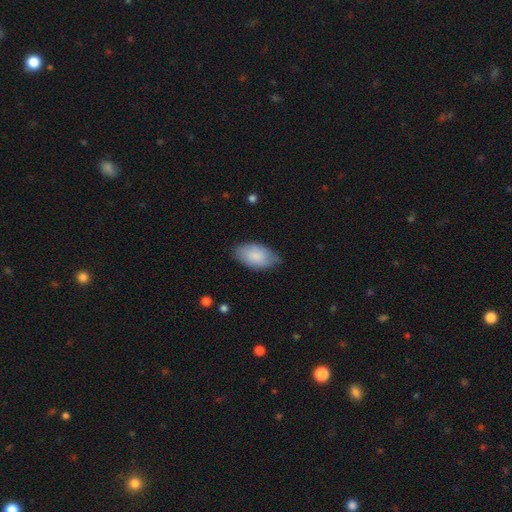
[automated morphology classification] type=smooth (84%); roundness=in between (95%); merging=none (74%).